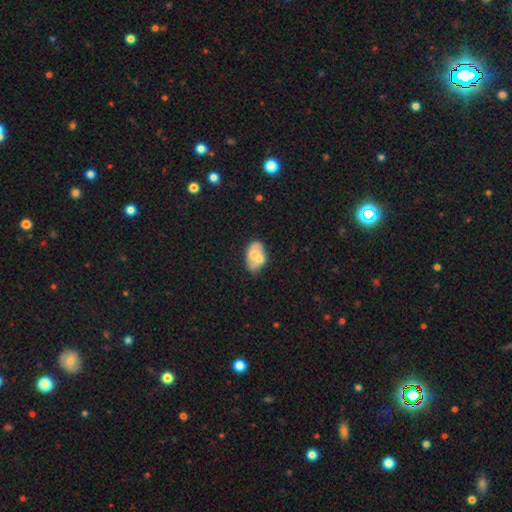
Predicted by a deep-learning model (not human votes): A smooth galaxy with no disk features (53%) that is in between round and cigar-shaped (88%). Merging: none (42%).